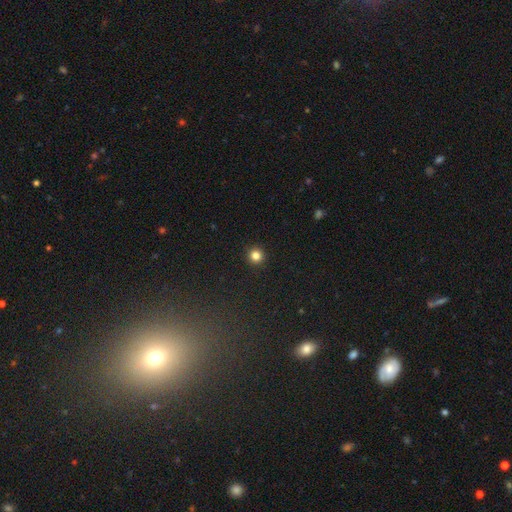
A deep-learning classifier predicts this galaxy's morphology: Smooth or featured?
  - smooth: 83% *
  - star or artifact: 13%
  - featured or disk: 4%
How rounded?
  - round: 96% *
  - in between: 3%
  - cigar-shaped: 1%
Merging?
  - none: 94% *
  - minor disturbance: 4%
  - major disturbance: 2%
  - merger: 1%